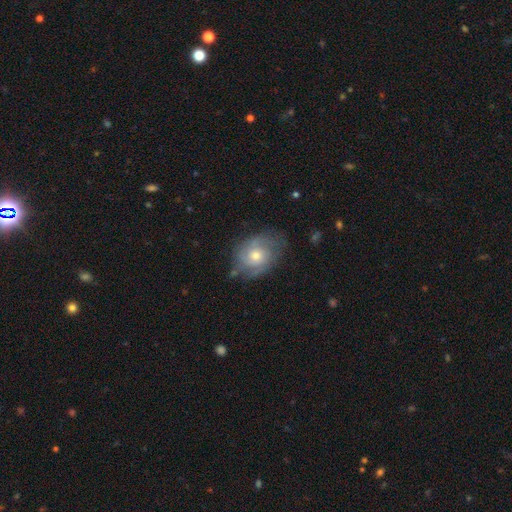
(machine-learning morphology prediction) The model was most divided on "bulge size": moderate: 60%, small: 34%, large: 4%, none: 1%, dominant: 1%. More confident: edge-on disk — no (96%); spiral arms — yes (83%); bar — no (78%); merging — none (66%); smooth or featured — featured or disk (61%).